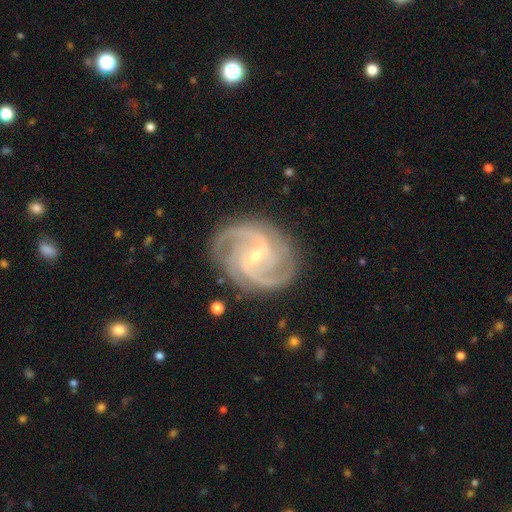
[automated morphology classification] The model was most divided on "spiral arm count": 2: 40%, 3: 33%, 4: 9%, can't tell: 8%, more than 4: 5%, 1: 5%. Remaining: spiral arms — yes (99%); edge-on disk — no (98%); smooth or featured — featured or disk (93%); merging — none (81%); bulge size — small (68%); spiral winding — medium (53%); bar — weak (50%).